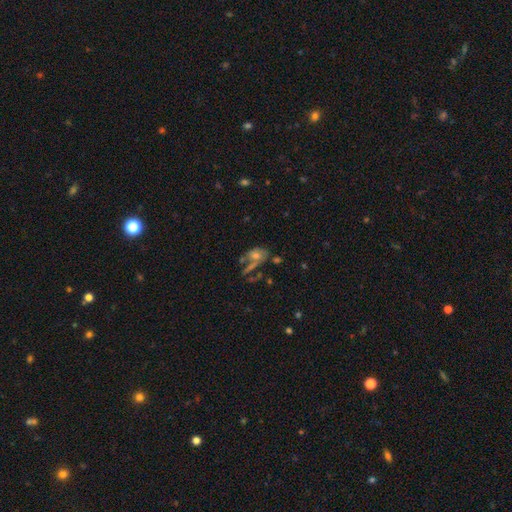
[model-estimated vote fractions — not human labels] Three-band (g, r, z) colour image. It shows a smooth galaxy with no disk features (43%). Merging: none (35%).